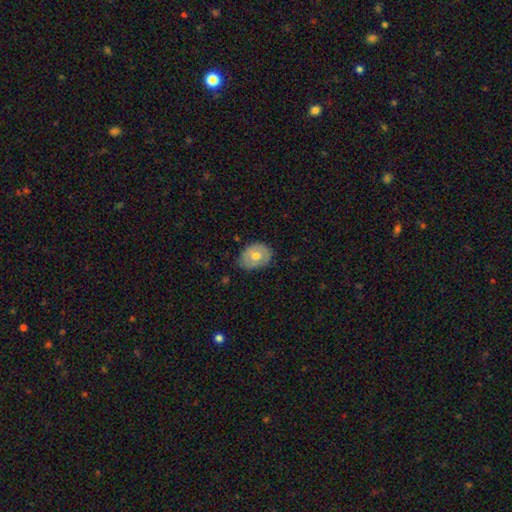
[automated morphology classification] A smooth galaxy with no disk features (60%) that is in between round and cigar-shaped (59%). Merging: none (71%).